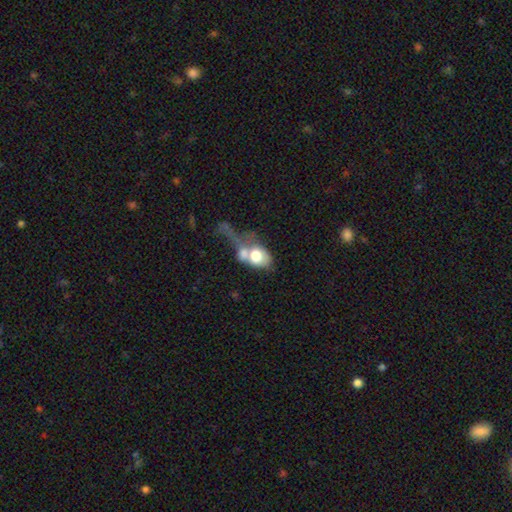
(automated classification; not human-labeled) Overall: smooth (66%). How rounded: in between (65%; round 33%). Merging: merger (56%; major disturbance 24%).